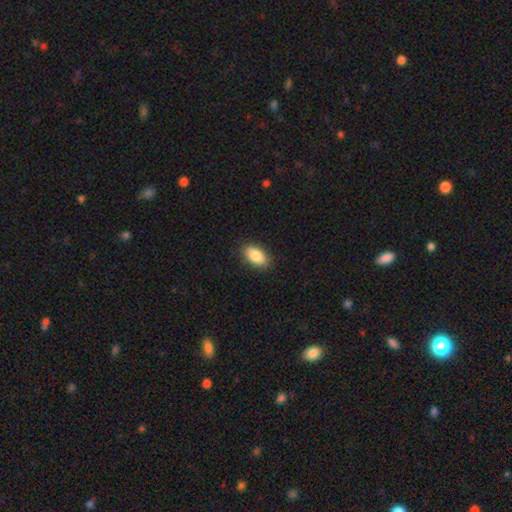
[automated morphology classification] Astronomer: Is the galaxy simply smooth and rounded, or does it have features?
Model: smooth — 86%.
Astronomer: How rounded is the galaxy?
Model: in between — 92%.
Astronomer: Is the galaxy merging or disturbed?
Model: none — 88%.